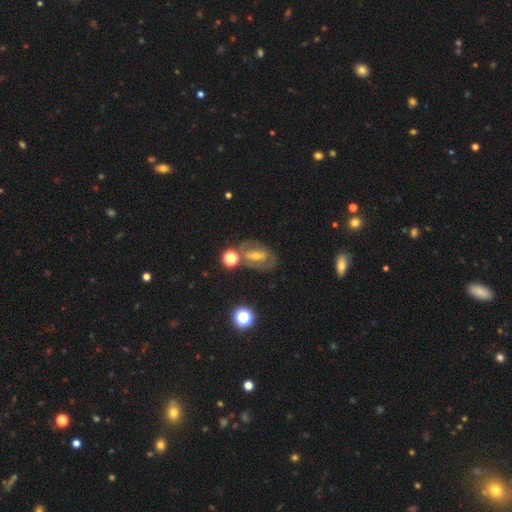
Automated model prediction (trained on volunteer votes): Morphology: type=featured or disk (62%); edge-on=no (92%); bar=strong (41%); spiral arms=yes (57%); bulge=moderate (46%); merging=none (61%).